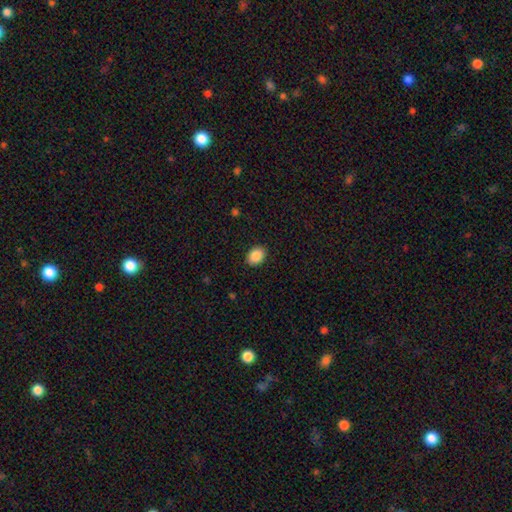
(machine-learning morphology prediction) Smooth or featured: smooth — 88% (star or artifact — 8%)
How rounded: in between — 69% (round — 30%)
Merging: none — 90% (minor disturbance — 7%)